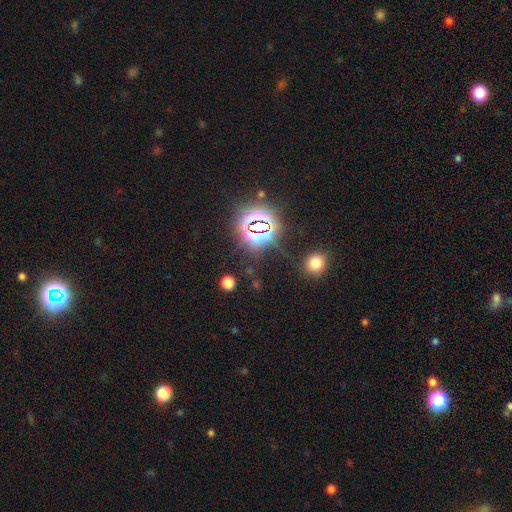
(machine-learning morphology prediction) star or artifact 82%, smooth 12%, featured or disk 6%.